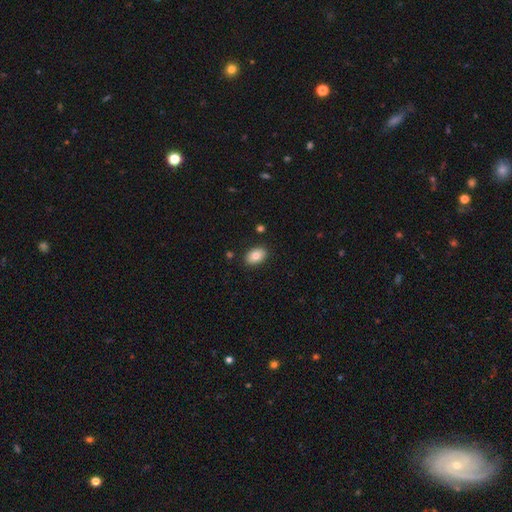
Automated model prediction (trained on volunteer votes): A smooth galaxy with no disk features (84%) that is in between round and cigar-shaped (86%). Merging: none (88%).